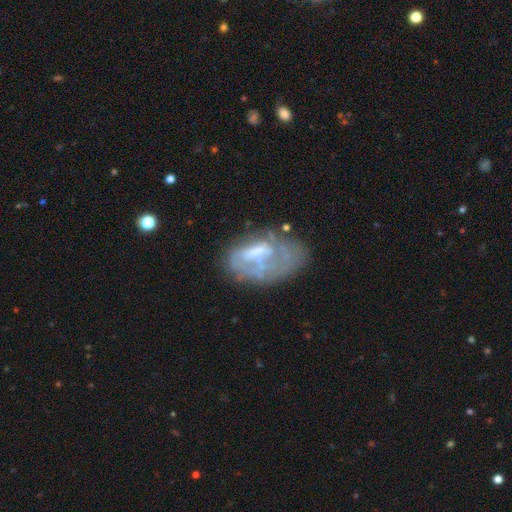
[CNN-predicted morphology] Smooth or featured? featured or disk (57%)
Edge-on disk? no (94%)
Bar? no (54%)
Spiral arms? no (72%)
Bulge size? moderate (33%)
Merging? none (42%)